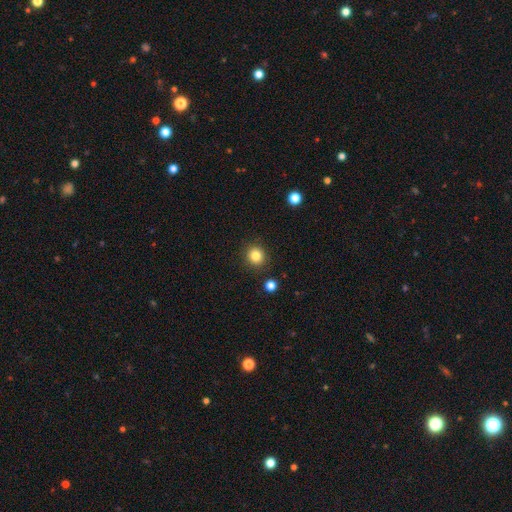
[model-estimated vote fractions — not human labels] smooth_or_featured: smooth (p=0.83) [alt: star or artifact p=0.12]
how_rounded: round (p=0.89) [alt: in between p=0.10]
merging: none (p=0.89) [alt: minor disturbance p=0.07]